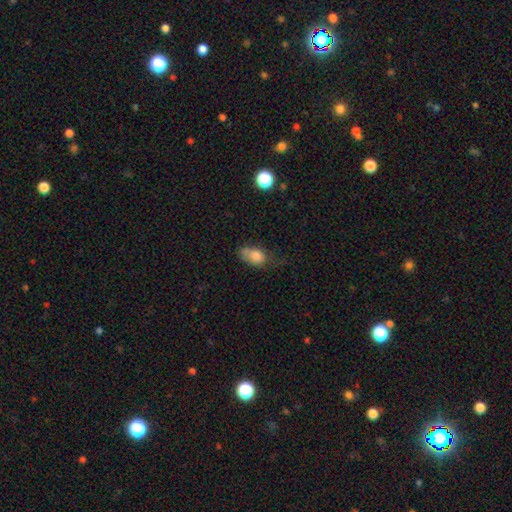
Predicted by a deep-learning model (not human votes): A smooth galaxy with no disk features (77%) that is in between round and cigar-shaped (78%).

Vote fractions:
- Smooth or featured? smooth: 77% / featured or disk: 13% / star or artifact: 9%
- How rounded? in between: 78% / round: 19% / cigar-shaped: 3%
- Merging? minor disturbance: 36% / none: 35% / major disturbance: 22% / merger: 7%